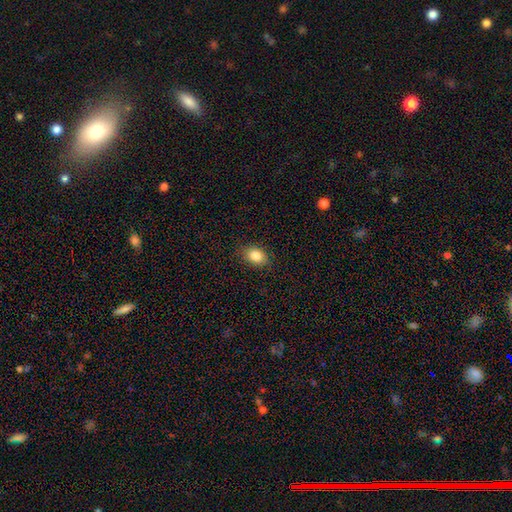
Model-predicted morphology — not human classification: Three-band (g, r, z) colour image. It shows a smooth galaxy with no disk features (85%) that is in between round and cigar-shaped (71%). Merging: none (87%).